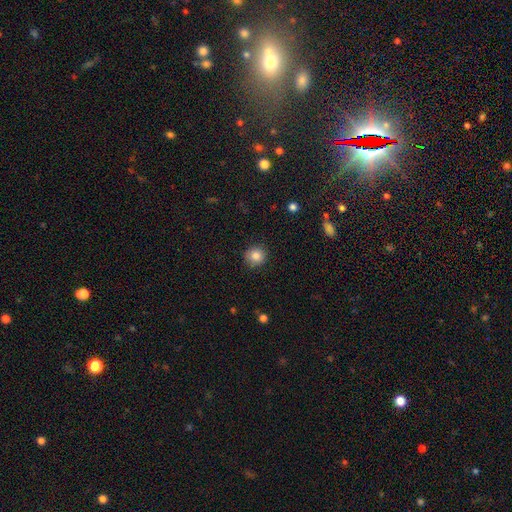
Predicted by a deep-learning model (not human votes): Morphology: type=smooth (85%); roundness=round (91%); merging=none (87%).